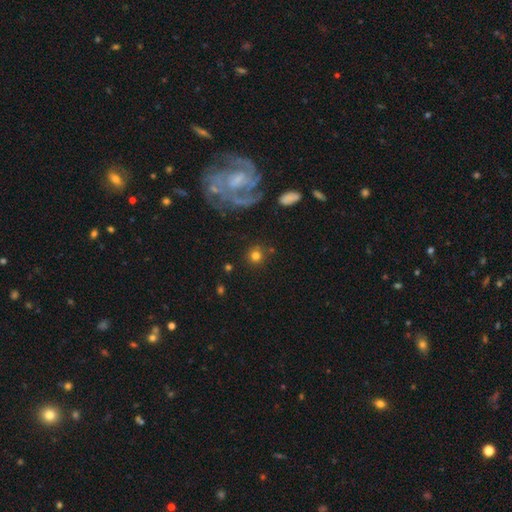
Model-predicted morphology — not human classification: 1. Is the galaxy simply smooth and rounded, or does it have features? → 74% smooth, 14% star or artifact, 12% featured or disk.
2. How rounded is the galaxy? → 92% round, 7% in between, 1% cigar-shaped.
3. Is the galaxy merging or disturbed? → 83% none, 8% minor disturbance, 4% major disturbance, 4% merger.